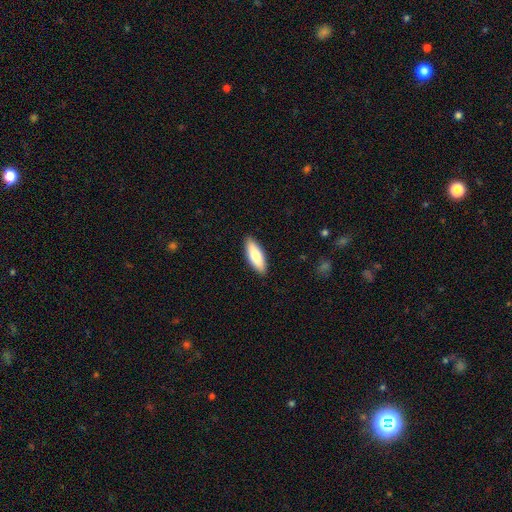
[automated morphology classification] smooth 77%, featured or disk 18%, star or artifact 5%. Down the decision tree: how rounded — in between (58%); merging — none (90%).